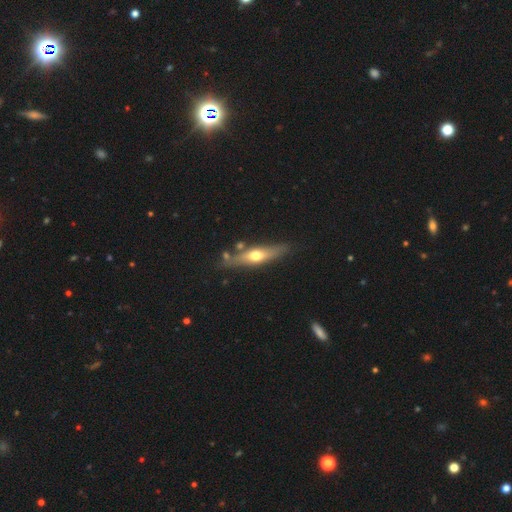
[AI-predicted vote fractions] This is possibly a featured or disk galaxy (56%). It is clearly viewed edge-on (86%). Merging: likely none (77%).